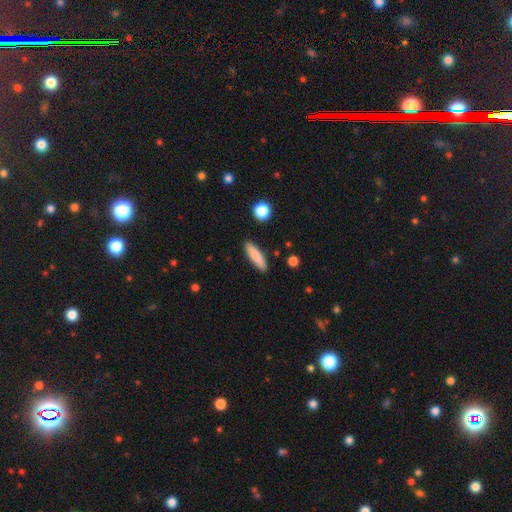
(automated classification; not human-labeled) Smooth or featured? Predicted: smooth (p=0.83). How rounded? Predicted: cigar-shaped (p=0.75). Merging? Predicted: none (p=0.89).